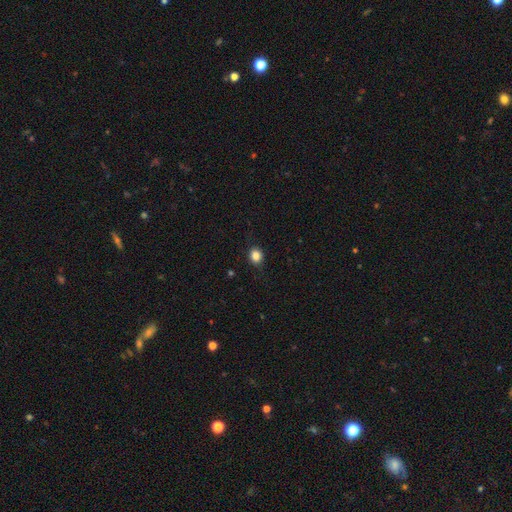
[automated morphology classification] Q: Smooth or featured?
A: smooth (85%); runner-up: star or artifact (11%)
Q: How rounded?
A: round (76%); runner-up: in between (23%)
Q: Merging?
A: none (87%); runner-up: minor disturbance (9%)